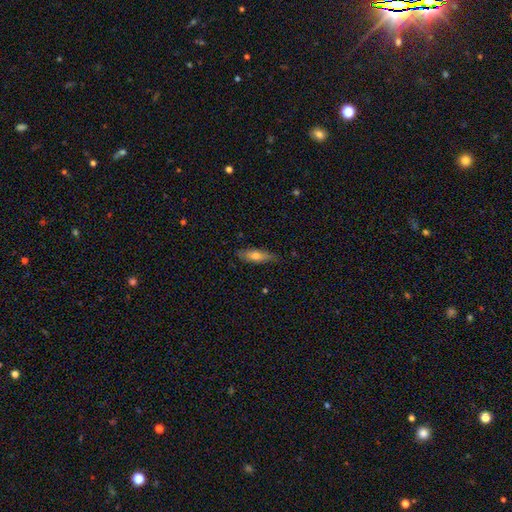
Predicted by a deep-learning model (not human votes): Smooth or featured? smooth (65%)
How rounded? in between (52%)
Merging? none (79%)